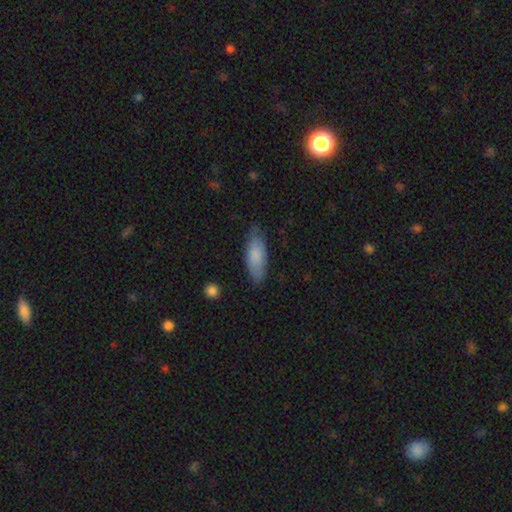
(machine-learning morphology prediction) Q: Smooth or featured?
A: smooth (83%); runner-up: featured or disk (11%)
Q: How rounded?
A: in between (70%); runner-up: cigar-shaped (28%)
Q: Merging?
A: none (79%); runner-up: minor disturbance (16%)